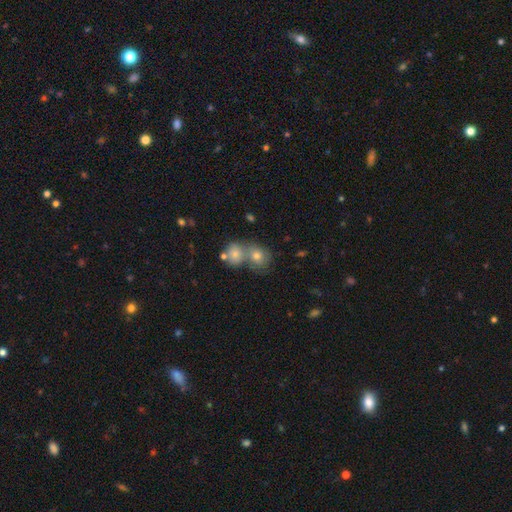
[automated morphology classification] Q: Smooth or featured?
A: smooth (57%); runner-up: star or artifact (22%)
Q: How rounded?
A: round (73%); runner-up: in between (25%)
Q: Merging?
A: merger (47%); runner-up: none (42%)